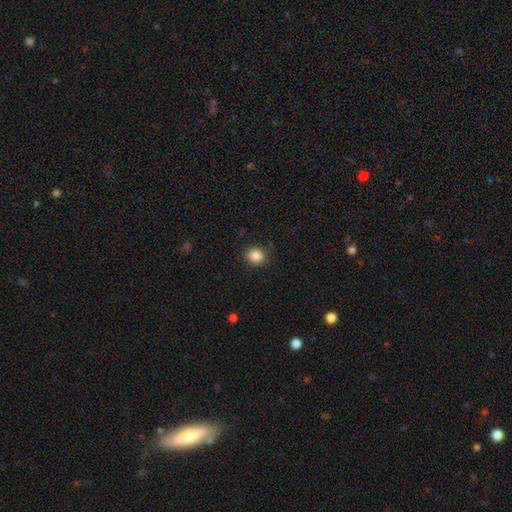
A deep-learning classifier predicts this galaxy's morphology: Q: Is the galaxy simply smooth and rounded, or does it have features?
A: smooth — 86%.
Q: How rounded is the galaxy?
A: round — 81%.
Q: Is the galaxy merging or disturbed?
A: none — 89%.